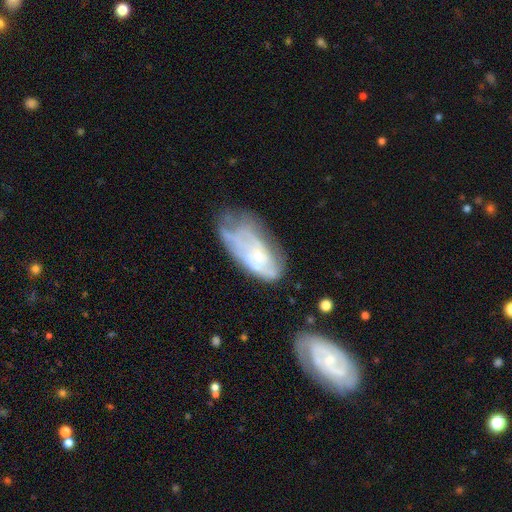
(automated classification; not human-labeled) Smooth or featured?
  - featured or disk: 65% *
  - smooth: 26%
  - star or artifact: 9%
Edge-on disk?
  - no: 93% *
  - yes: 7%
Bar?
  - no: 79% *
  - weak: 18%
  - strong: 3%
Spiral arms?
  - yes: 62% *
  - no: 38%
Bulge size?
  - small: 72% *
  - moderate: 20%
  - none: 6%
  - large: 1%
  - dominant: 1%
Merging?
  - major disturbance: 31% *
  - none: 30%
  - minor disturbance: 30%
  - merger: 9%